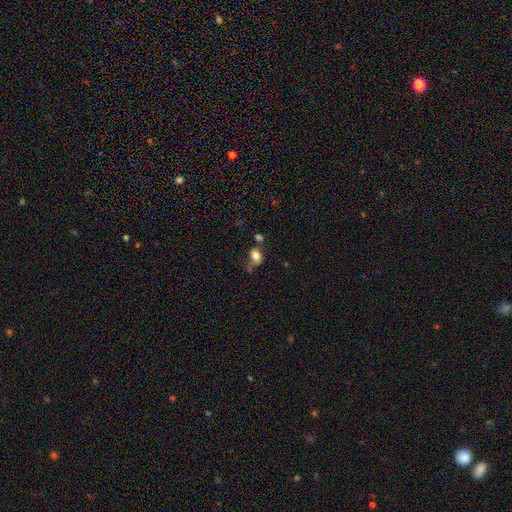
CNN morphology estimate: A smooth galaxy with no disk features (79%) that is in between round and cigar-shaped (74%). Merging: none (50%).